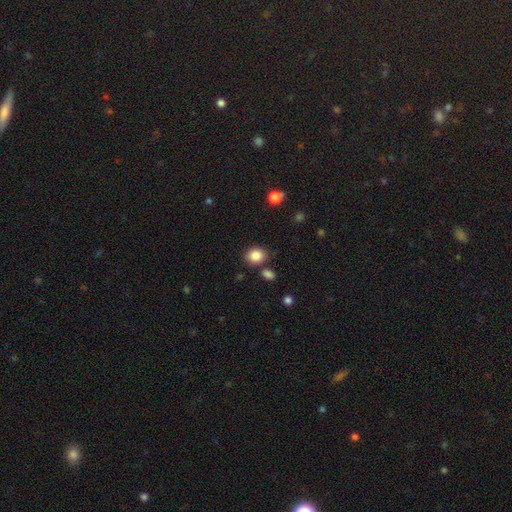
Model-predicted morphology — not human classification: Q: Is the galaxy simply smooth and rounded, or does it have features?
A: smooth — 86%.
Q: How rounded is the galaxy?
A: round — 58%.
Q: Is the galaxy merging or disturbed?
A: none — 79%.